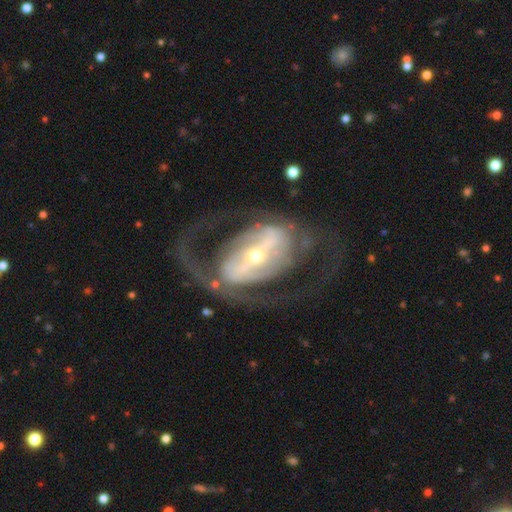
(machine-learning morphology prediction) featured or disk 85%, smooth 10%, star or artifact 5%. Down the decision tree: edge-on disk — no (94%); bar — strong (60%); spiral arms — yes (79%); spiral arm count — 2 (75%); spiral winding — medium (47%); bulge size — small (62%); merging — none (57%).